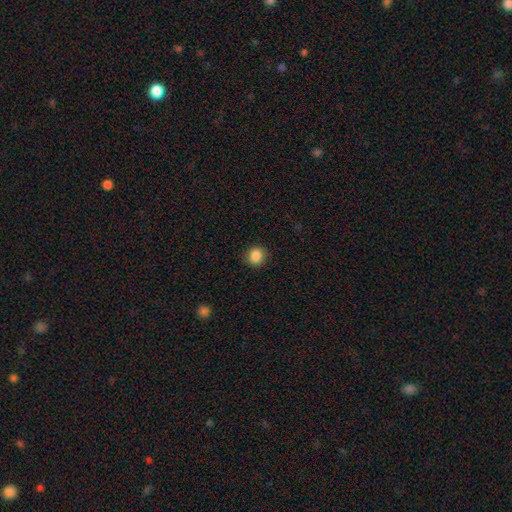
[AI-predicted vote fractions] smooth_or_featured: smooth (p=0.87) [alt: star or artifact p=0.10]
how_rounded: round (p=0.85) [alt: in between p=0.14]
merging: none (p=0.89) [alt: minor disturbance p=0.07]